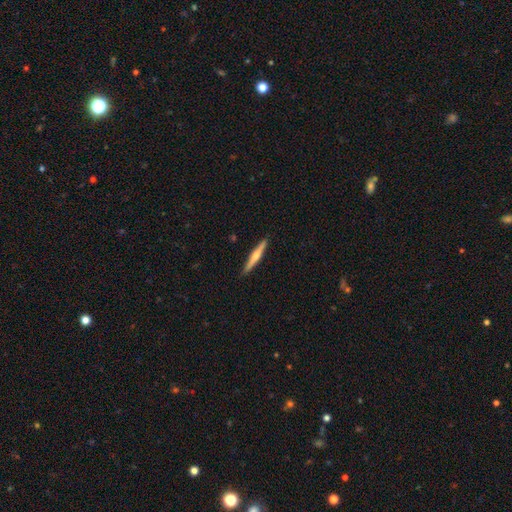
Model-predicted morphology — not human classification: A featured or disk galaxy (54%) viewed edge-on (97%) with a rounded central bulge (76%). Merging: none (90%).